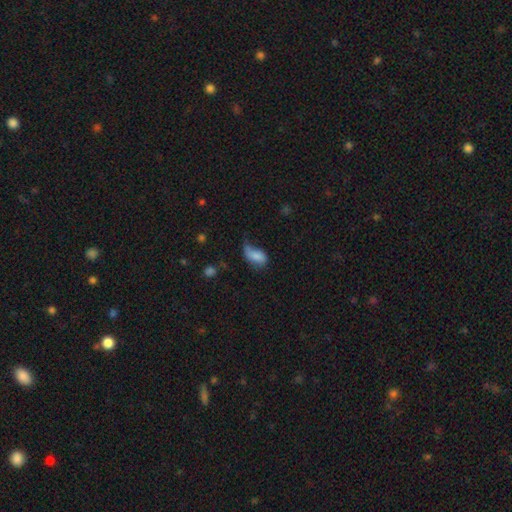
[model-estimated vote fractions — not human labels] smooth-or-featured: smooth: 76% | featured or disk: 15% | star or artifact: 8%
  how-rounded: in between: 91% | round: 5% | cigar-shaped: 4%
  merging: minor disturbance: 36% | major disturbance: 31% | none: 29% | merger: 4%